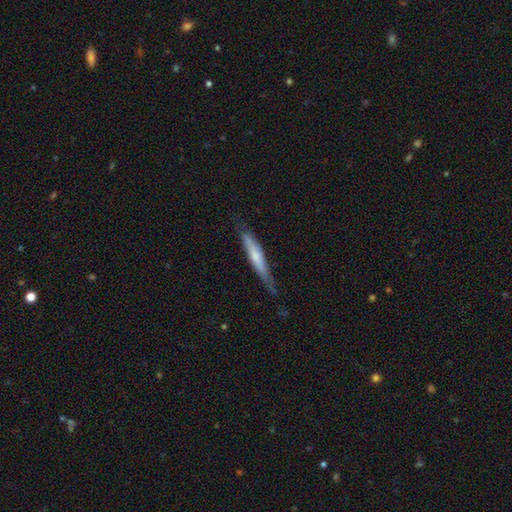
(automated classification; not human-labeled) The model was most divided on "smooth or featured": smooth: 53%, featured or disk: 41%, star or artifact: 6%. More confident: how rounded — cigar-shaped (93%); merging — none (67%).